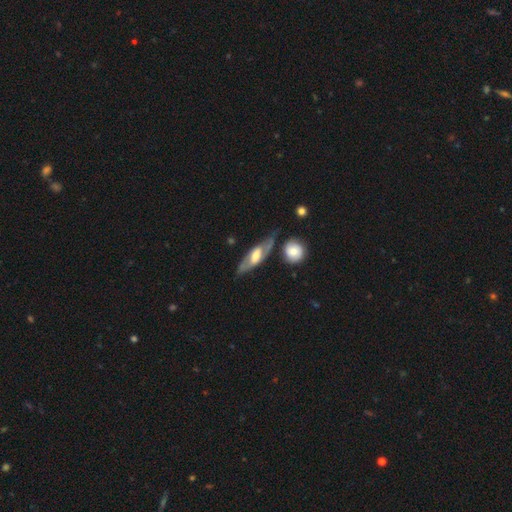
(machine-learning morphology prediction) Smooth or featured?
  - featured or disk: 65% *
  - smooth: 30%
  - star or artifact: 5%
Edge-on disk?
  - no: 57% *
  - yes: 43%
Merging?
  - none: 63% *
  - minor disturbance: 19%
  - merger: 9%
  - major disturbance: 9%